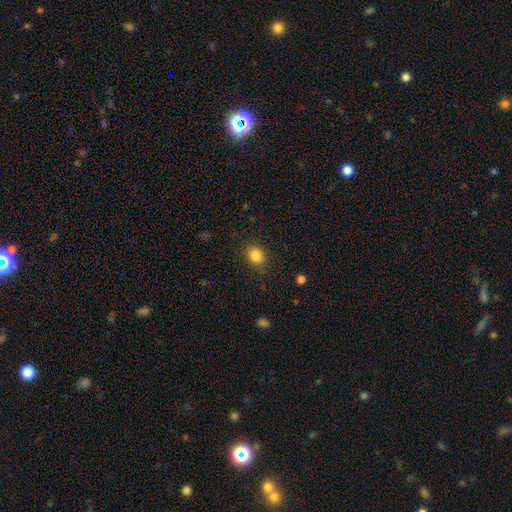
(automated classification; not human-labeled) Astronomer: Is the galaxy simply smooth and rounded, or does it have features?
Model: smooth — 85%.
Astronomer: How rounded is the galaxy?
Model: round — 62%.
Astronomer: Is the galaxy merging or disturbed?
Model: none — 87%.